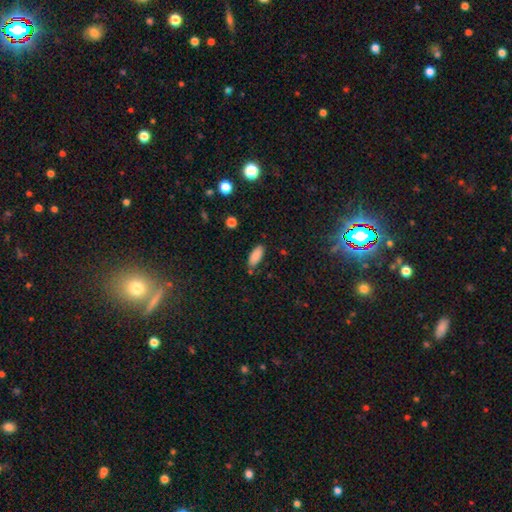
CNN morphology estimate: Q: Smooth or featured?
A: smooth (87%); runner-up: star or artifact (8%)
Q: How rounded?
A: in between (80%); runner-up: cigar-shaped (18%)
Q: Merging?
A: none (81%); runner-up: minor disturbance (13%)